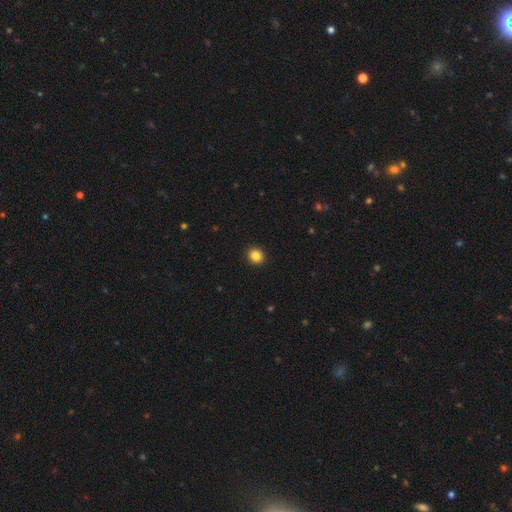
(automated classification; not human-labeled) Smooth or featured: smooth — 86% (star or artifact — 10%)
How rounded: round — 83% (in between — 16%)
Merging: none — 93% (minor disturbance — 5%)